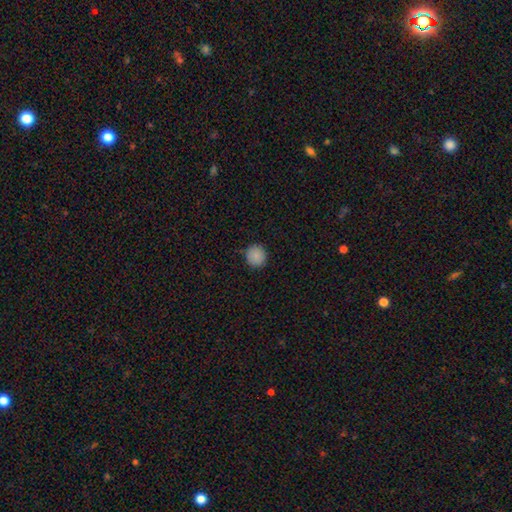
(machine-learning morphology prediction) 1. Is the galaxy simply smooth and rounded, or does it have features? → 88% smooth, 9% star or artifact, 3% featured or disk.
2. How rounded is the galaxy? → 89% round, 10% in between, 1% cigar-shaped.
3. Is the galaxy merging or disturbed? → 87% none, 9% minor disturbance, 2% major disturbance, 1% merger.